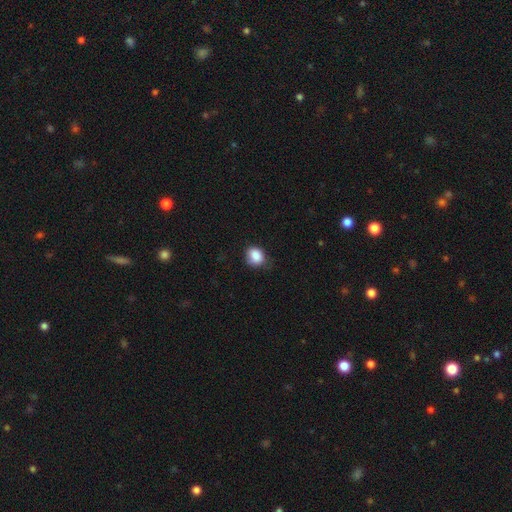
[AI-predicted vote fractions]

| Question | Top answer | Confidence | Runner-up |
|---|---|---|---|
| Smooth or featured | smooth | 87% | star or artifact (9%) |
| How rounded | round | 56% | in between (43%) |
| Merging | none | 59% | minor disturbance (33%) |